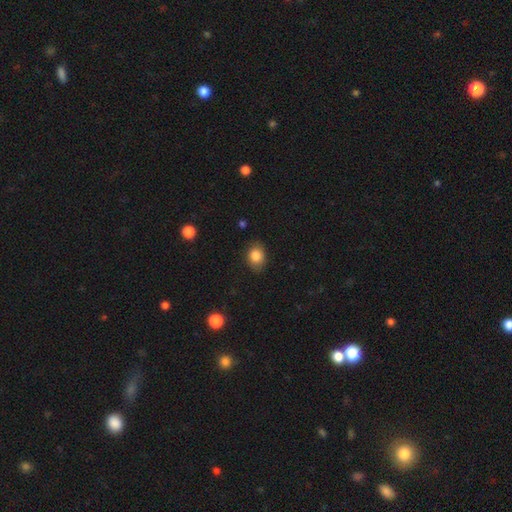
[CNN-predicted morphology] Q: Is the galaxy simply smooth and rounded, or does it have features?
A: smooth — 84%.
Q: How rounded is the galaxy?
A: in between — 59%.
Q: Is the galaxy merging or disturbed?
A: none — 78%.